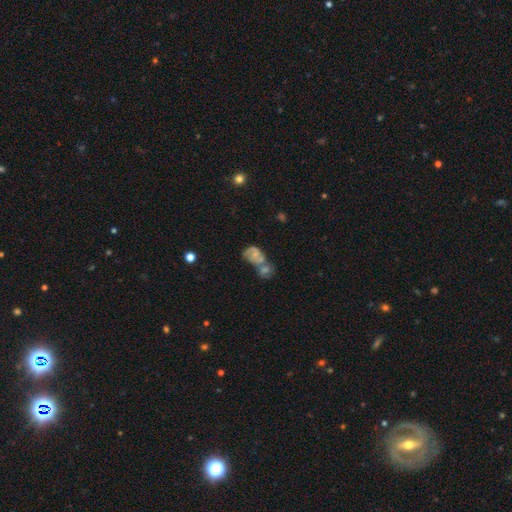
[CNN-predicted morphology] Q: Smooth or featured?
A: featured or disk (51%); runner-up: smooth (38%)
Q: Edge-on disk?
A: no (97%); runner-up: yes (3%)
Q: Merging?
A: merger (68%); runner-up: none (14%)